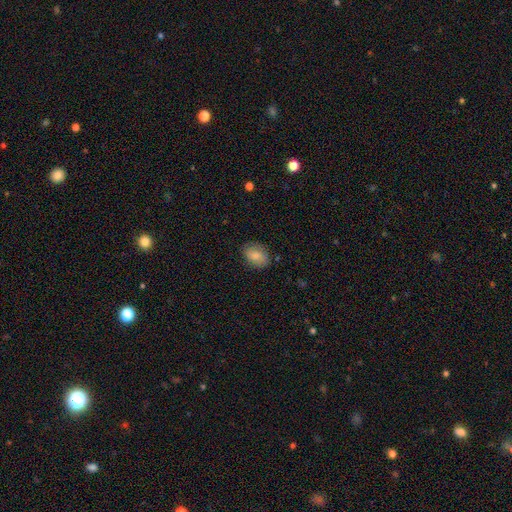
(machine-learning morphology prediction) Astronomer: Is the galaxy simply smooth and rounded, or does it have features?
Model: smooth — 82%.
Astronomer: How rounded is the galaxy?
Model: in between — 77%.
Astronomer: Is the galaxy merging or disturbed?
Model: none — 82%.